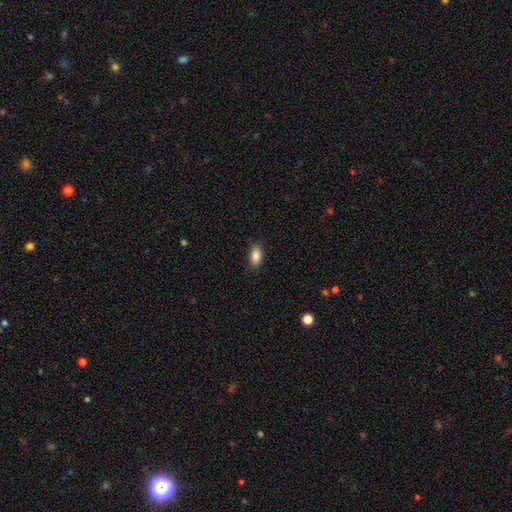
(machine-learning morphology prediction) A smooth galaxy with no disk features (87%) that is in between round and cigar-shaped (91%).

Vote fractions:
- Smooth or featured? smooth: 87% / star or artifact: 8% / featured or disk: 5%
- How rounded? in between: 91% / round: 5% / cigar-shaped: 4%
- Merging? none: 85% / minor disturbance: 12% / major disturbance: 2% / merger: 1%